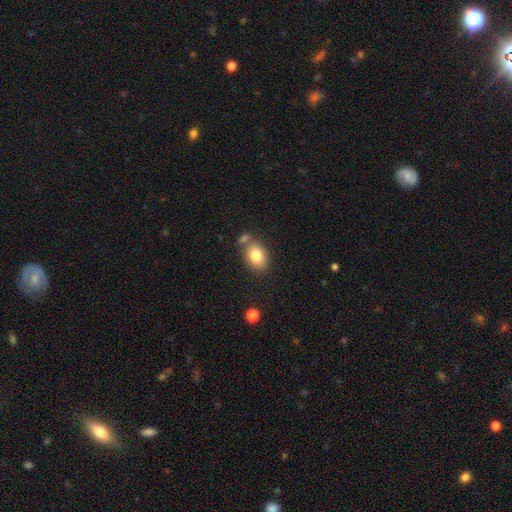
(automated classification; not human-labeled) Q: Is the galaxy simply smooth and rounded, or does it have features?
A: smooth — 81%.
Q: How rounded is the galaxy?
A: in between — 79%.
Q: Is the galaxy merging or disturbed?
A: none — 64%.